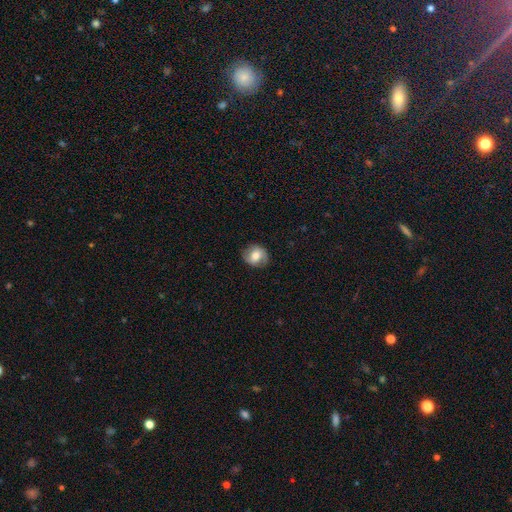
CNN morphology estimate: type=smooth (63%); roundness=round (72%); merging=none (82%).